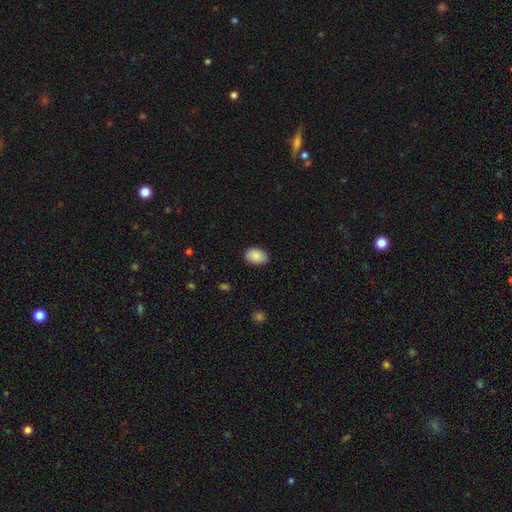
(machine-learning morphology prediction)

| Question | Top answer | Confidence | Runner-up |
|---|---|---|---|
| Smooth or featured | smooth | 89% | star or artifact (7%) |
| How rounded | in between | 83% | round (16%) |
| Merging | none | 83% | minor disturbance (14%) |